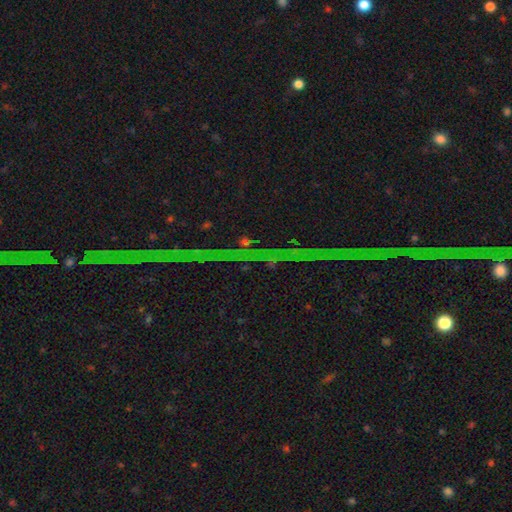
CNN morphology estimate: Smooth or featured: star or artifact — 83% (featured or disk — 10%)